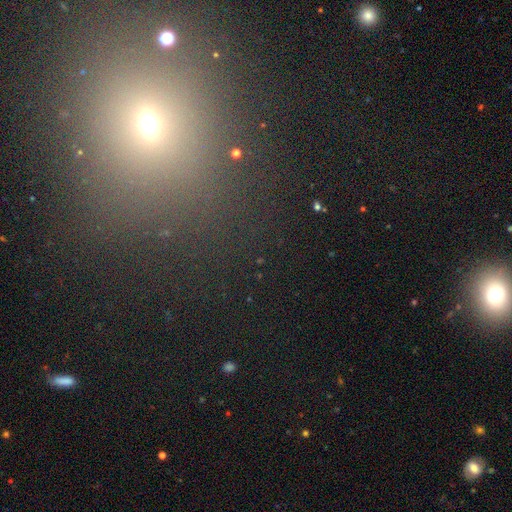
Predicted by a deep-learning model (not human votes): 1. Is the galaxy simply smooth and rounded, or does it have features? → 53% star or artifact, 37% smooth, 10% featured or disk.